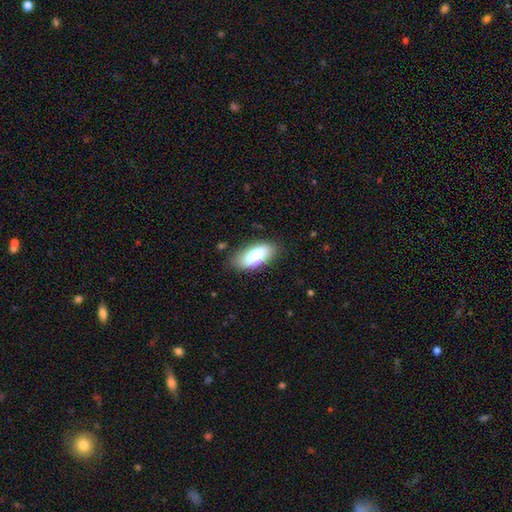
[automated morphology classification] Smooth or featured: smooth — 76% (featured or disk — 17%)
How rounded: in between — 85% (cigar-shaped — 13%)
Merging: none — 83% (minor disturbance — 13%)